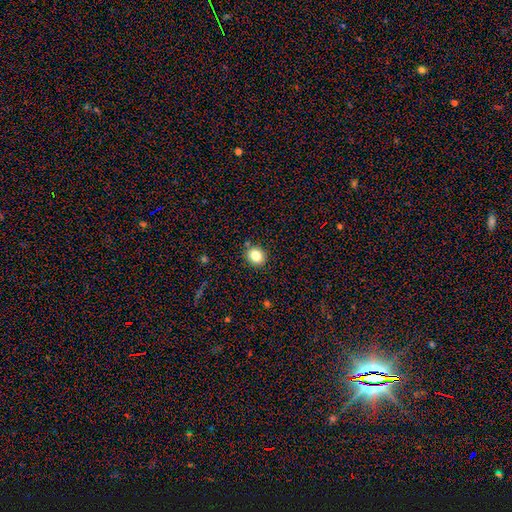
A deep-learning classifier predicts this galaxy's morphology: A smooth galaxy with no disk features (84%) that is round (66%). Merging: none (87%).